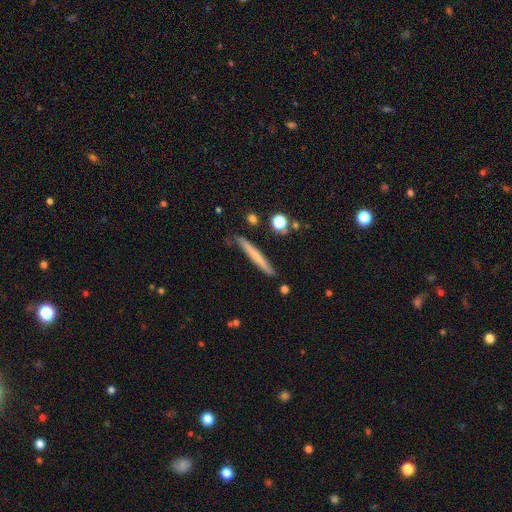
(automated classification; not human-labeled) Overall: smooth (52%; featured or disk 41%). How rounded: cigar-shaped (96%). Merging: none (83%).